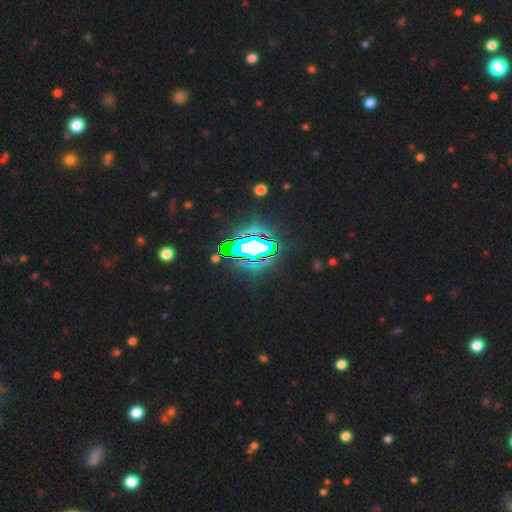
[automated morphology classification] A star or artifact, not a galaxy (77%).

Vote fractions:
- Smooth or featured? star or artifact: 77% / smooth: 11% / featured or disk: 11%